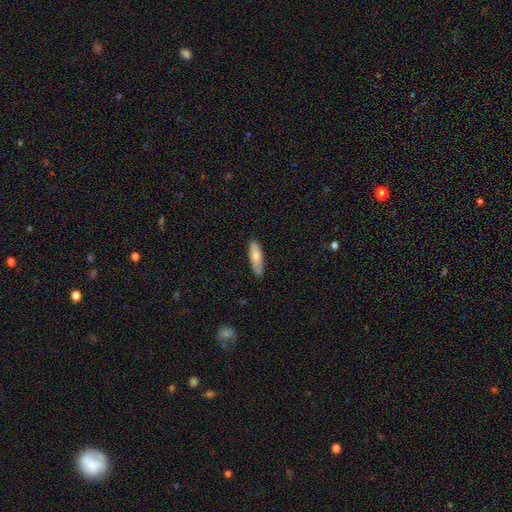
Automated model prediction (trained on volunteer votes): Morphology: type=smooth (72%); roundness=in between (53%); merging=none (81%).